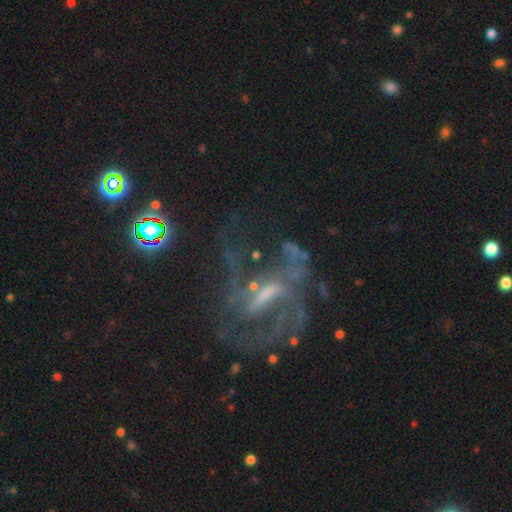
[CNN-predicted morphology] This is likely a featured or disk galaxy (77%). It is clearly not viewed edge-on (94%). Bar: possibly strong (46%). Spiral arm pattern: clearly yes (80%). Spiral arm count: possibly 2 (55%). Spiral winding: marginally medium (42%). Central bulge: marginally small (36%). Merging: marginally none (42%).